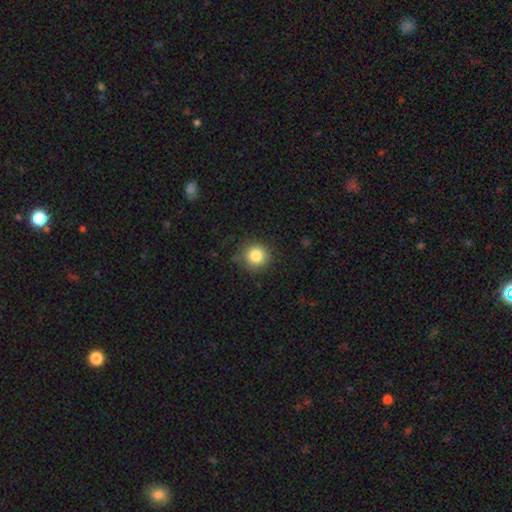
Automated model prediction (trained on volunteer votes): A smooth galaxy with no disk features (84%) that is round (93%).

Vote fractions:
- Smooth or featured? smooth: 84% / star or artifact: 11% / featured or disk: 6%
- How rounded? round: 93% / in between: 6% / cigar-shaped: 1%
- Merging? none: 86% / minor disturbance: 11% / major disturbance: 3% / merger: 1%